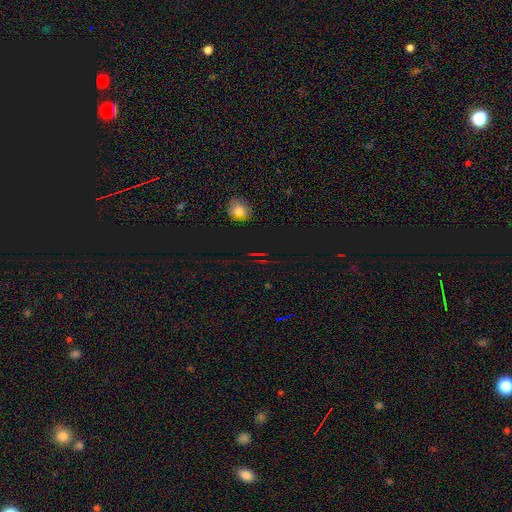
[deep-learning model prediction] The model was most divided on "smooth or featured": star or artifact: 69%, smooth: 19%, featured or disk: 12%.